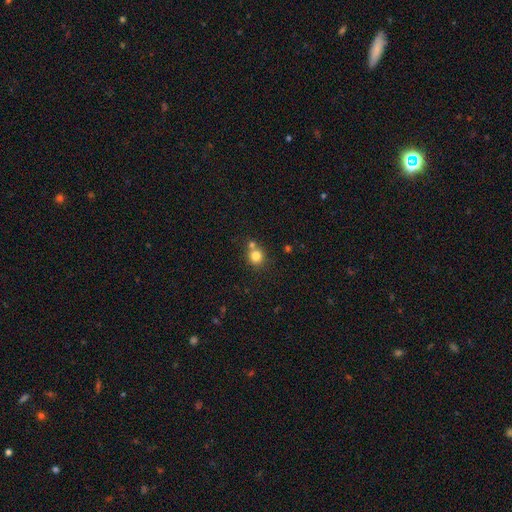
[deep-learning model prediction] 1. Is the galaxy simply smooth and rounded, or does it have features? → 80% smooth, 12% star or artifact, 8% featured or disk.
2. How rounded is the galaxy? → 87% round, 12% in between, 1% cigar-shaped.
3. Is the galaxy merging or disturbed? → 59% none, 29% merger, 9% minor disturbance, 3% major disturbance.